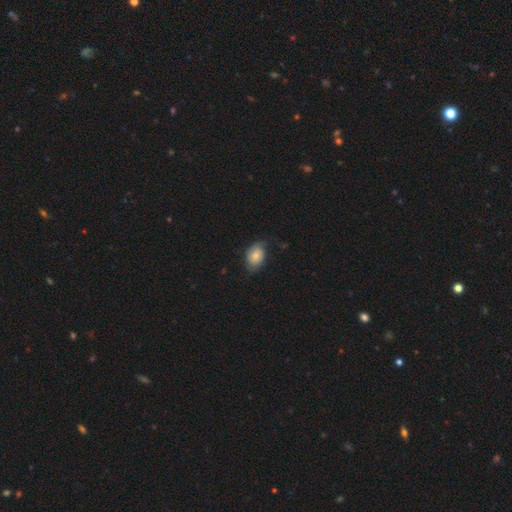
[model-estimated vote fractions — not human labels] Smooth or featured?
  - smooth: 70% *
  - featured or disk: 23%
  - star or artifact: 7%
How rounded?
  - in between: 77% *
  - round: 22%
  - cigar-shaped: 1%
Merging?
  - none: 55% *
  - minor disturbance: 32%
  - major disturbance: 12%
  - merger: 2%